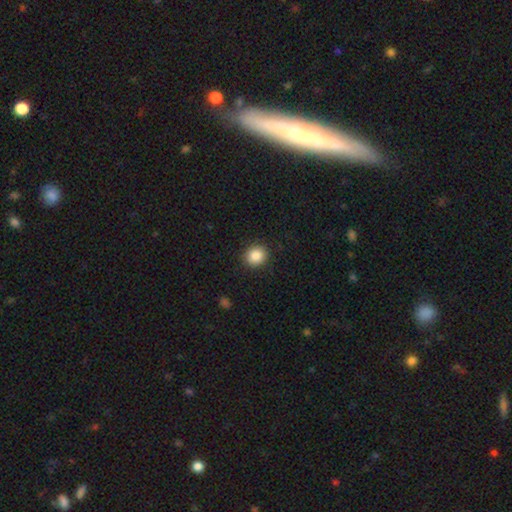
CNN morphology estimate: The model was most divided on "how rounded": round: 83%, in between: 16%, cigar-shaped: 1%. More confident: merging — none (90%); smooth or featured — smooth (87%).